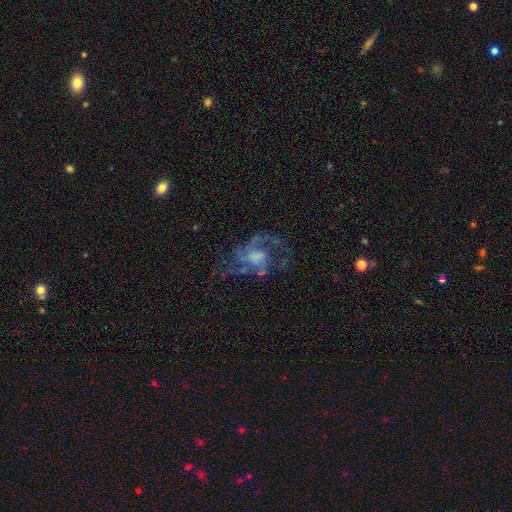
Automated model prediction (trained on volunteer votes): This is likely a featured or disk galaxy (80%). It is clearly not viewed edge-on (97%). Bar: possibly no (56%). Spiral arm pattern: clearly yes (87%). Spiral arm count: marginally 2 (43%). Spiral winding: possibly medium (49%). Central bulge: marginally moderate (32%). Merging: possibly none (52%).